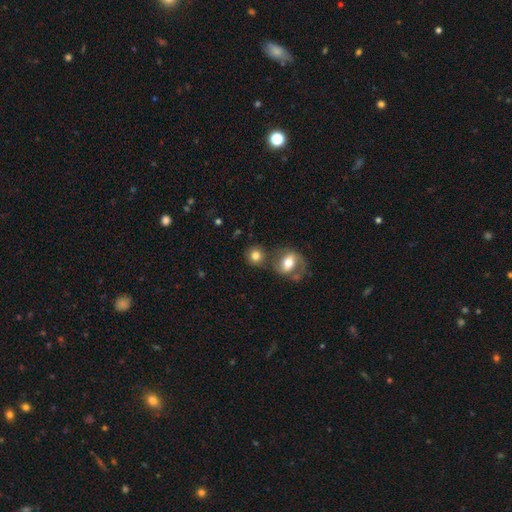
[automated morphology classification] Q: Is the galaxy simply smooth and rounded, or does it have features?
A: smooth — 77%.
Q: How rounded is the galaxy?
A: round — 84%.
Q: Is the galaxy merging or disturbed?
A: none — 61%.